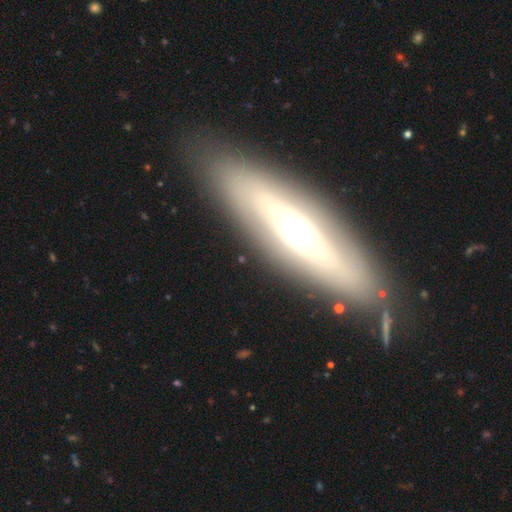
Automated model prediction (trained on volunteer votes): Morphology: type=featured or disk (67%); edge-on=yes (52%); merging=none (82%).